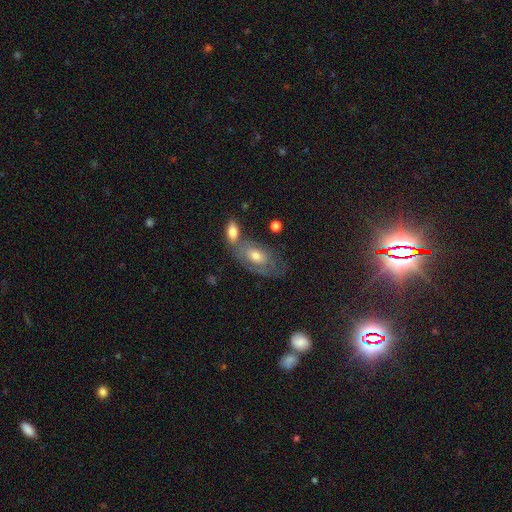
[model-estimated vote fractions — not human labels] featured or disk 47%, smooth 43%, star or artifact 10%. Down the decision tree: merging — none (43%).